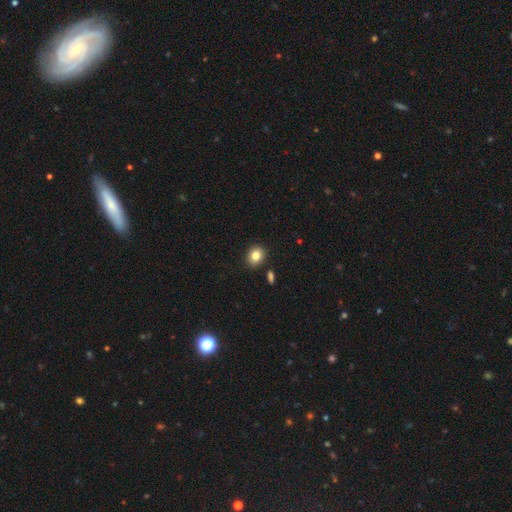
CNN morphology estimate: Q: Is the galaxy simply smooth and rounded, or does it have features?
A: smooth — 83%.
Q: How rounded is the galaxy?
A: round — 64%.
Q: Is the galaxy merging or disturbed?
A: none — 87%.